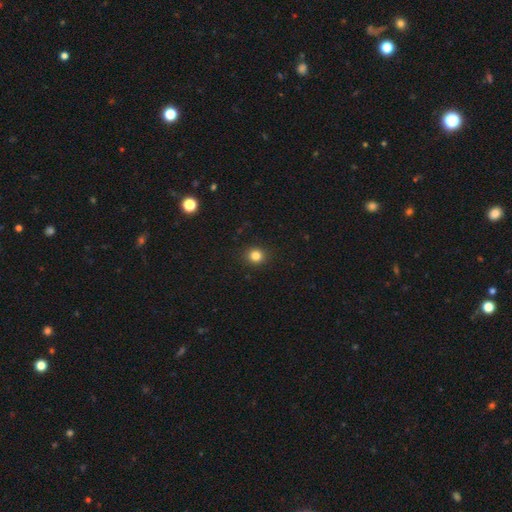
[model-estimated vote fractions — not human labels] smooth-or-featured: smooth: 83% | star or artifact: 12% | featured or disk: 5%
  how-rounded: round: 86% | in between: 14% | cigar-shaped: 1%
  merging: none: 91% | minor disturbance: 6% | major disturbance: 2% | merger: 1%